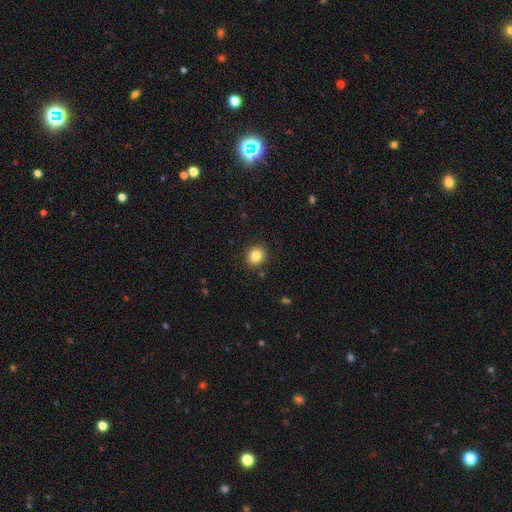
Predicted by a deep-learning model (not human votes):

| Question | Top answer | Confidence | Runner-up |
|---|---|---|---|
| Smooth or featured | smooth | 84% | star or artifact (10%) |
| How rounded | round | 77% | in between (22%) |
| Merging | none | 90% | minor disturbance (7%) |